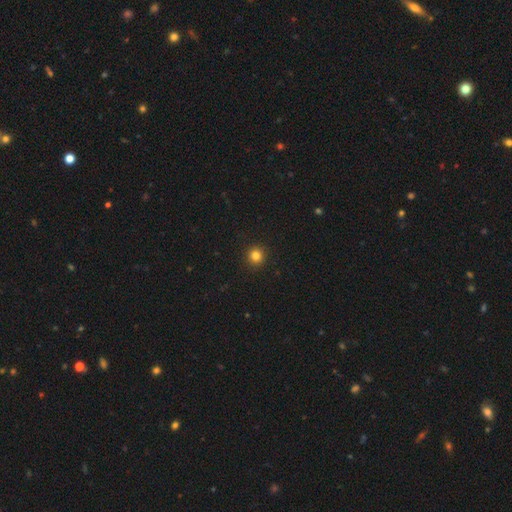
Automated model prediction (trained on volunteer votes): smooth 83%, star or artifact 13%, featured or disk 4%. Down the decision tree: how rounded — round (94%); merging — none (93%).